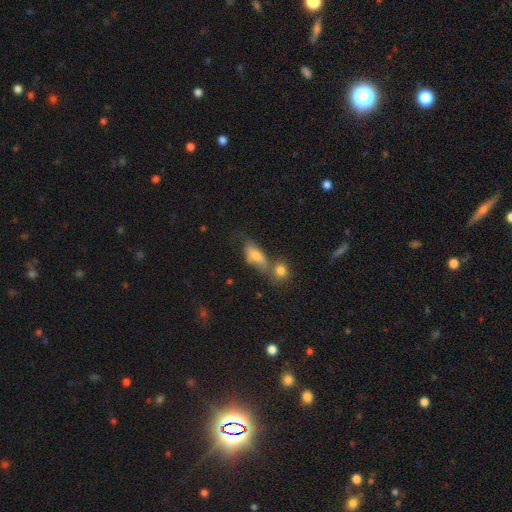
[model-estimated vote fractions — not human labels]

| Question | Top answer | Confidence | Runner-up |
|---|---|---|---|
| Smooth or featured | smooth | 67% | featured or disk (23%) |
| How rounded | in between | 73% | cigar-shaped (20%) |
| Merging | none | 38% | merger (35%) |